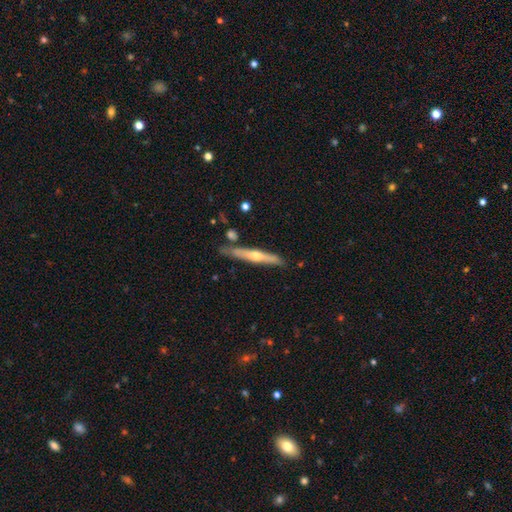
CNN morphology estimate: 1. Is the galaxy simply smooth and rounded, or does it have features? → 66% featured or disk, 29% smooth, 6% star or artifact.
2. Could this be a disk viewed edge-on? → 95% yes, 5% no.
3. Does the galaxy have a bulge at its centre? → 85% rounded, 12% none, 3% boxy.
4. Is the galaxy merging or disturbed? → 83% none, 11% minor disturbance, 4% merger, 2% major disturbance.